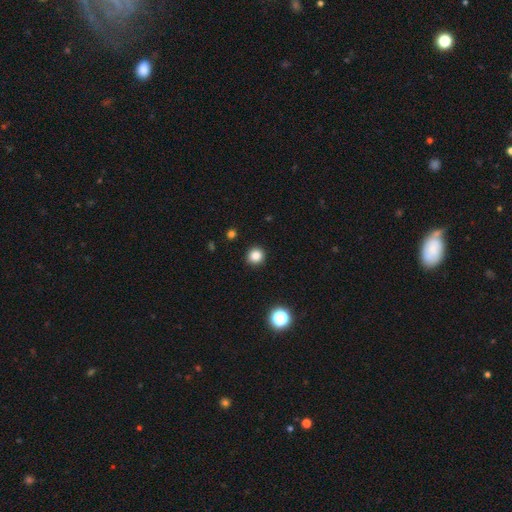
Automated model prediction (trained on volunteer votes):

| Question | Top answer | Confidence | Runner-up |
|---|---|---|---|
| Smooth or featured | smooth | 84% | star or artifact (12%) |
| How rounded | round | 93% | in between (6%) |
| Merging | none | 92% | minor disturbance (5%) |